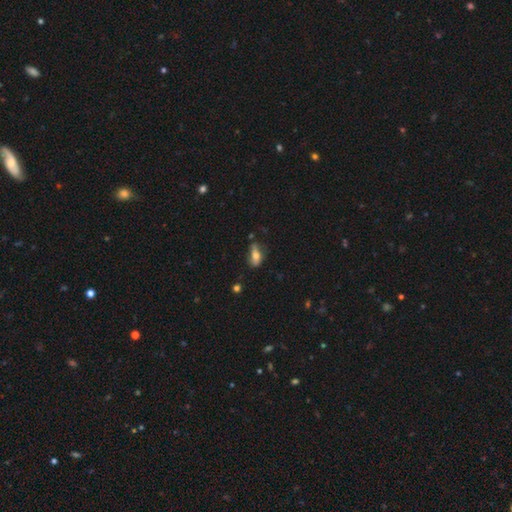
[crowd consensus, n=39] Q: Smooth or featured?
A: smooth (79%); runner-up: featured or disk (15%)
Q: How rounded?
A: in between (71%); runner-up: cigar-shaped (23%)
Q: Merging?
A: none (57%); runner-up: minor disturbance (27%)